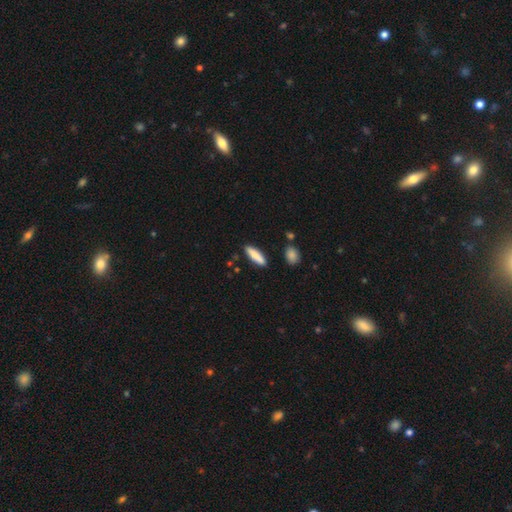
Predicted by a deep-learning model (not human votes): smooth 84%, featured or disk 10%, star or artifact 6%. Down the decision tree: how rounded — cigar-shaped (68%); merging — none (86%).